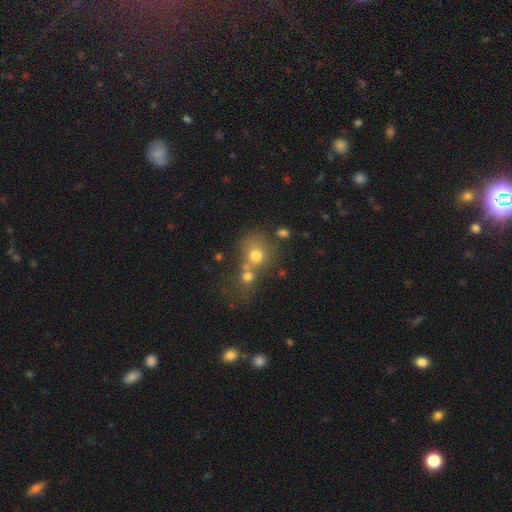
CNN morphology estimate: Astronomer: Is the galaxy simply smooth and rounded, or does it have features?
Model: smooth — 69%.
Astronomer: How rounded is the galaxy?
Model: round — 77%.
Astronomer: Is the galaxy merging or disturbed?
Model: merger — 48% (runner-up: none, 35%).